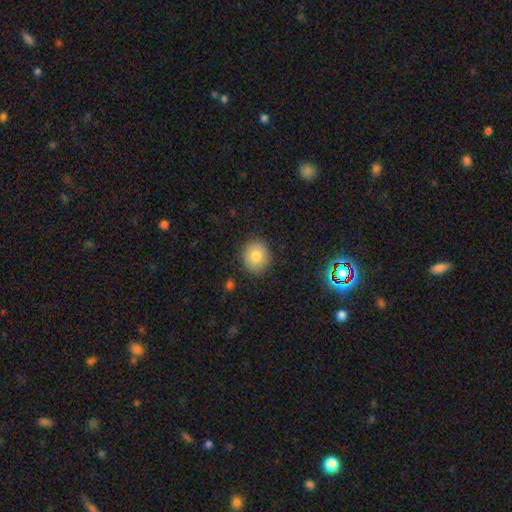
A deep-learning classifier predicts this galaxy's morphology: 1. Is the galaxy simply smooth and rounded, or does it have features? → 82% smooth, 9% featured or disk, 9% star or artifact.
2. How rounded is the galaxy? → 77% round, 22% in between, 1% cigar-shaped.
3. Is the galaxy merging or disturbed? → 88% none, 9% minor disturbance, 2% major disturbance, 1% merger.